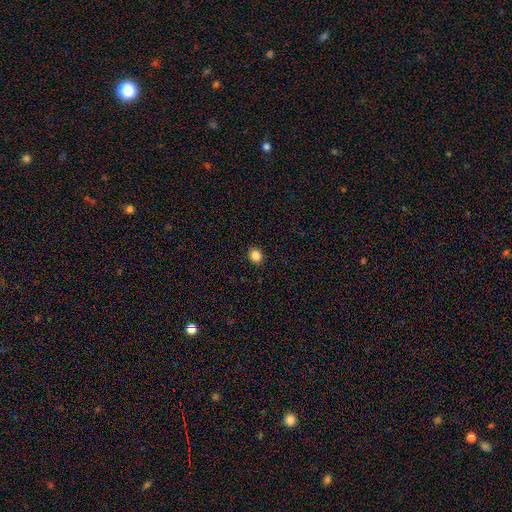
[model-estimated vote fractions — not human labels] smooth 84%, star or artifact 11%, featured or disk 5%. Down the decision tree: how rounded — round (74%); merging — none (92%).